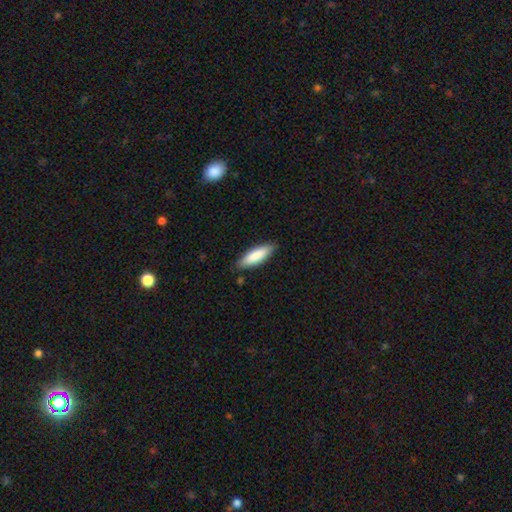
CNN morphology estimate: type=smooth (84%); roundness=cigar-shaped (53%); merging=none (85%).